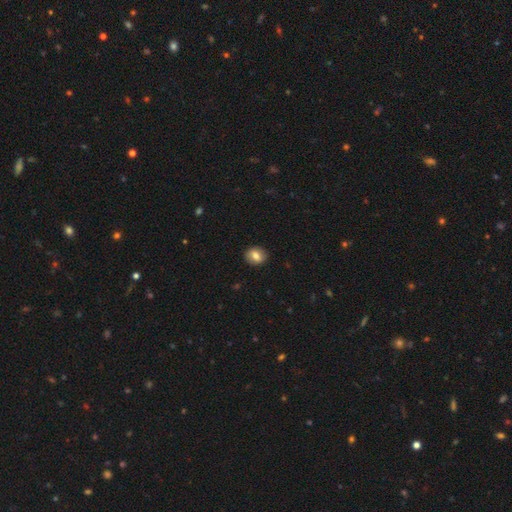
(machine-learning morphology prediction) Smooth or featured? Predicted: smooth (p=0.77). How rounded? Predicted: round (p=0.66). Merging? Predicted: none (p=0.89).